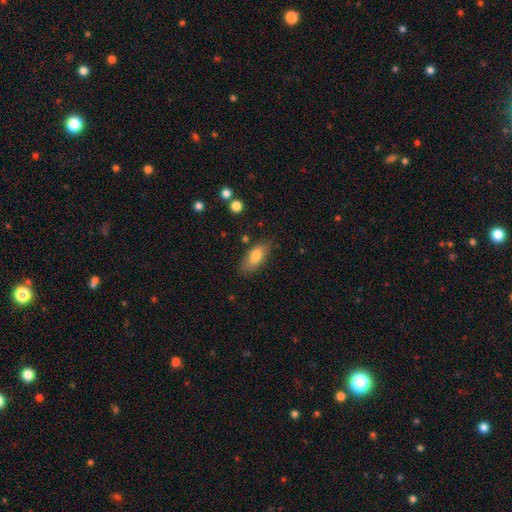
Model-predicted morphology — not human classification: Q: Smooth or featured?
A: smooth (78%); runner-up: featured or disk (16%)
Q: How rounded?
A: in between (85%); runner-up: cigar-shaped (11%)
Q: Merging?
A: none (77%); runner-up: minor disturbance (17%)